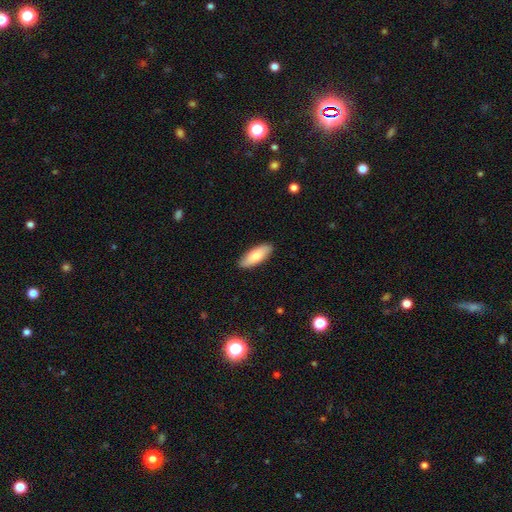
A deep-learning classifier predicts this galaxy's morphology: A smooth galaxy with no disk features (76%) that is in between round and cigar-shaped (75%). Merging: none (89%).